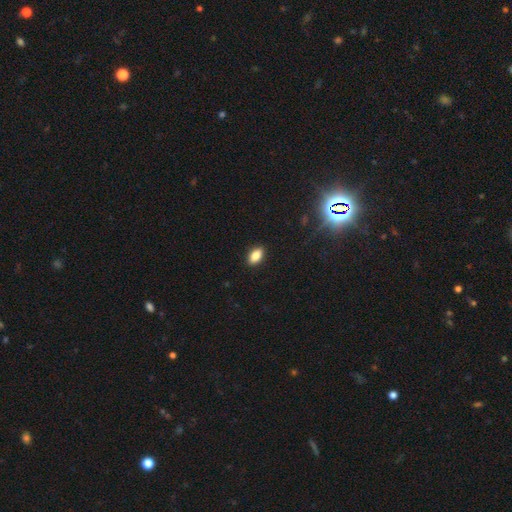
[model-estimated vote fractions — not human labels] smooth 84%, star or artifact 9%, featured or disk 7%. Down the decision tree: how rounded — in between (90%); merging — none (90%).